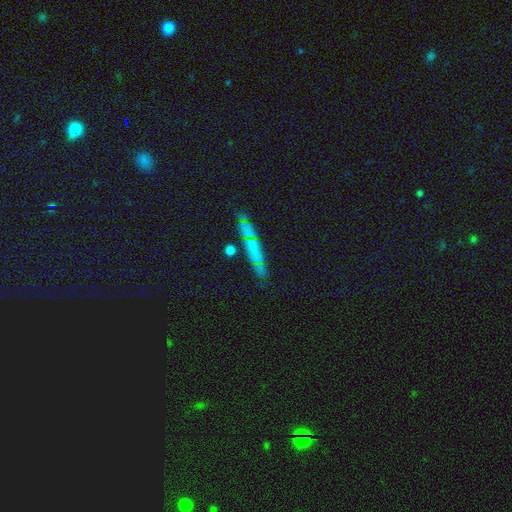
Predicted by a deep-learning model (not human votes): This is possibly a smooth galaxy (51%). How rounded: likely cigar-shaped (74%). Merging: clearly none (80%).